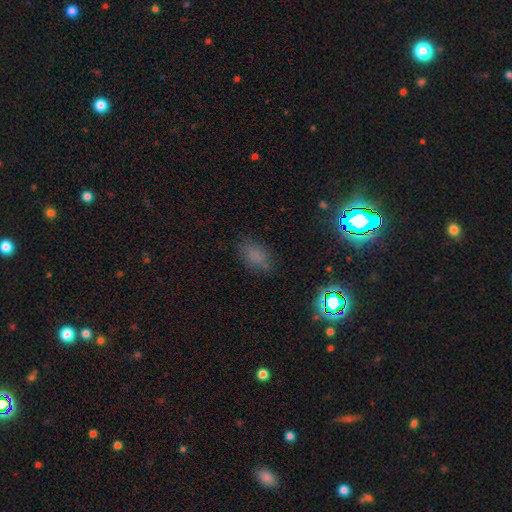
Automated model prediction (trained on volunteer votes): A smooth galaxy with no disk features (67%) that is in between round and cigar-shaped (85%).

Vote fractions:
- Smooth or featured? smooth: 67% / star or artifact: 24% / featured or disk: 9%
- How rounded? in between: 85% / round: 12% / cigar-shaped: 3%
- Merging? none: 73% / minor disturbance: 18% / major disturbance: 7% / merger: 2%